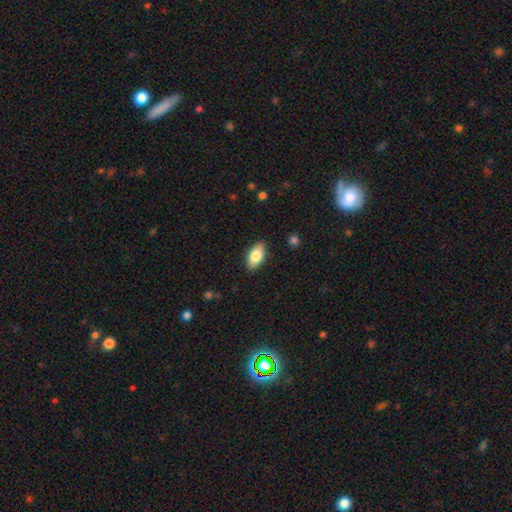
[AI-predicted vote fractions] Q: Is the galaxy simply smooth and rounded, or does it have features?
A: smooth — 81%.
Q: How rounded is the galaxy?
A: in between — 91%.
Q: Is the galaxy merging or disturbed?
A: none — 87%.